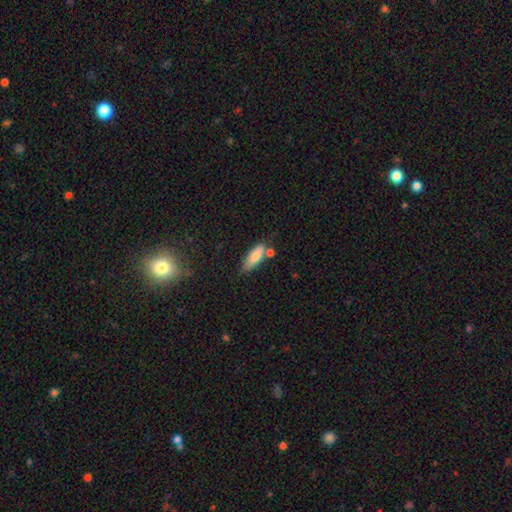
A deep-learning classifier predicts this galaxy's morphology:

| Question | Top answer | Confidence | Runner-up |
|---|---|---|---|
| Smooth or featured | smooth | 80% | featured or disk (13%) |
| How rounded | in between | 64% | cigar-shaped (34%) |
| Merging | none | 62% | minor disturbance (19%) |